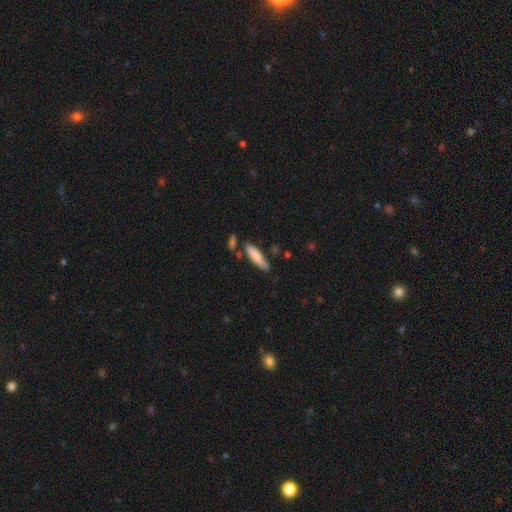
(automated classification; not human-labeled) Morphology: type=smooth (79%); roundness=cigar-shaped (68%); merging=none (71%).